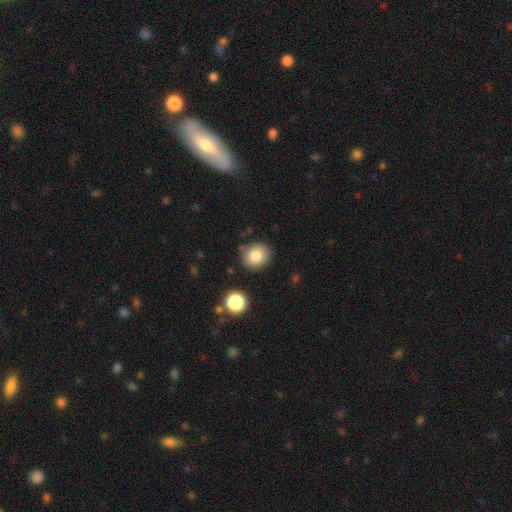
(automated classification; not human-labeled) smooth 81%, star or artifact 10%, featured or disk 8%. Down the decision tree: how rounded — round (79%); merging — none (85%).